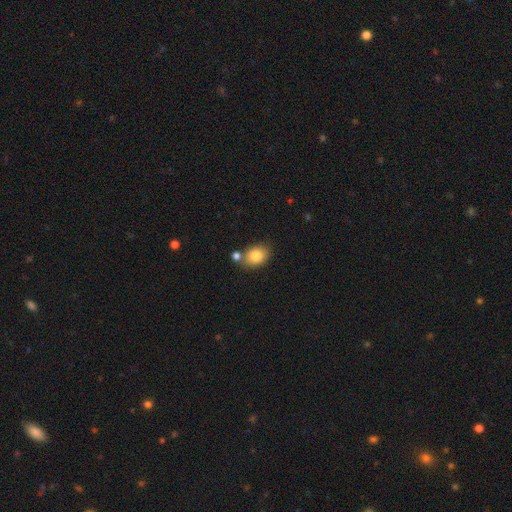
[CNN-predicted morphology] This is clearly a smooth galaxy (82%). How rounded: likely in between (69%). Merging: likely none (67%).